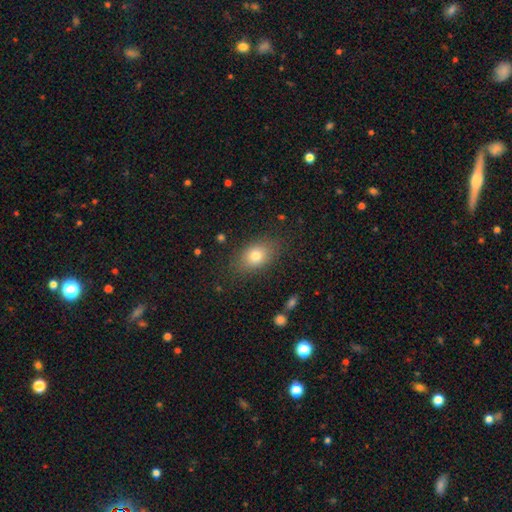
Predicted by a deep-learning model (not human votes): smooth-or-featured: smooth: 78% | featured or disk: 12% | star or artifact: 10%
  how-rounded: in between: 78% | round: 21% | cigar-shaped: 2%
  merging: none: 83% | minor disturbance: 12% | major disturbance: 4% | merger: 1%